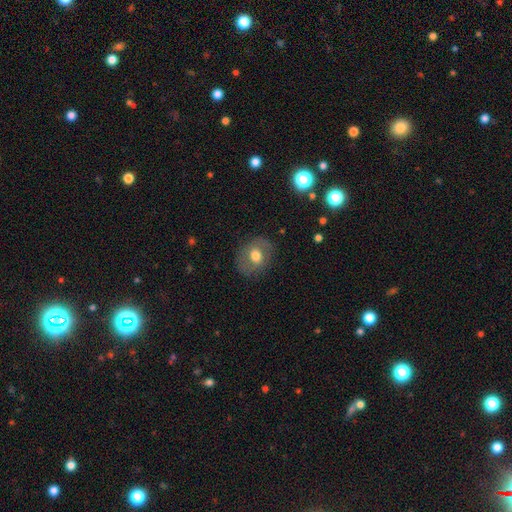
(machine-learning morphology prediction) Smooth or featured: smooth — 62% (featured or disk — 29%)
How rounded: round — 57% (in between — 42%)
Merging: none — 79% (minor disturbance — 14%)